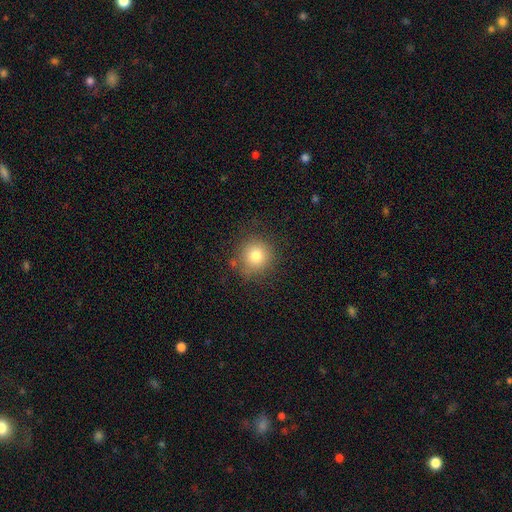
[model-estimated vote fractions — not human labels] Smooth or featured: smooth — 78% (star or artifact — 12%)
How rounded: round — 93% (in between — 6%)
Merging: none — 82% (minor disturbance — 12%)